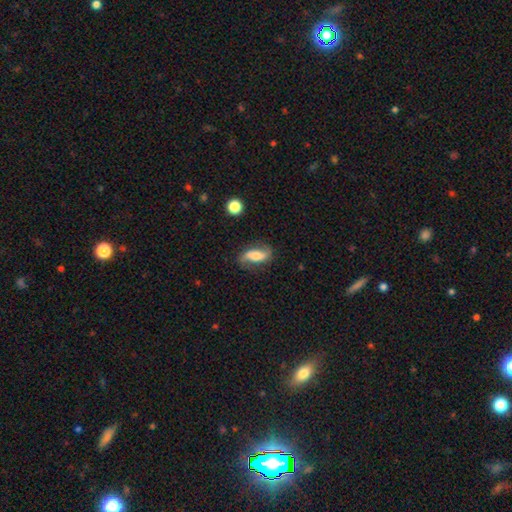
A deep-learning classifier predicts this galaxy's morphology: Smooth or featured? featured or disk (51%)
Edge-on disk? no (85%)
Merging? none (70%)